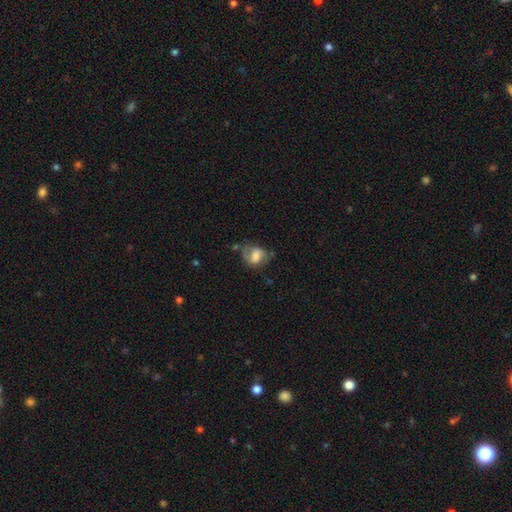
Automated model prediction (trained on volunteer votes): Morphology: type=smooth (49%); merging=none (44%).